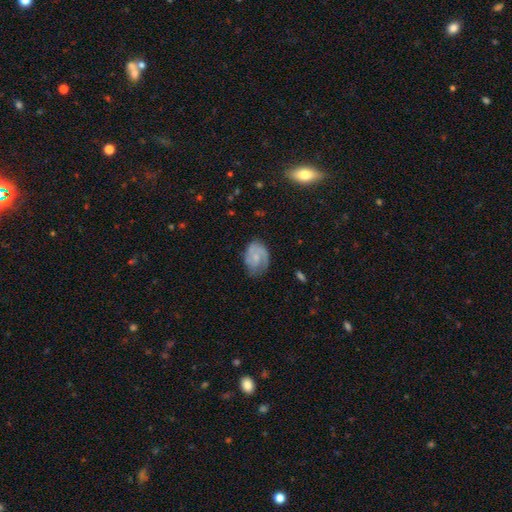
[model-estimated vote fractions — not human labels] A featured or disk galaxy (59%) with no bar (67%), spiral arms (86%) and a small central bulge (46%). Merging: none (59%).